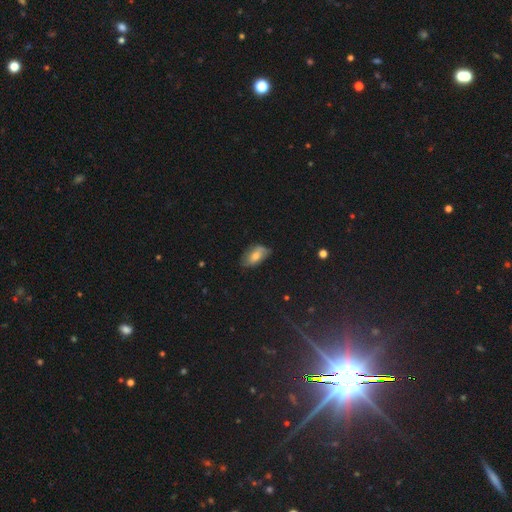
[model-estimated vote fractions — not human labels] A smooth galaxy with no disk features (65%) that is in between round and cigar-shaped (91%). Merging: none (66%).